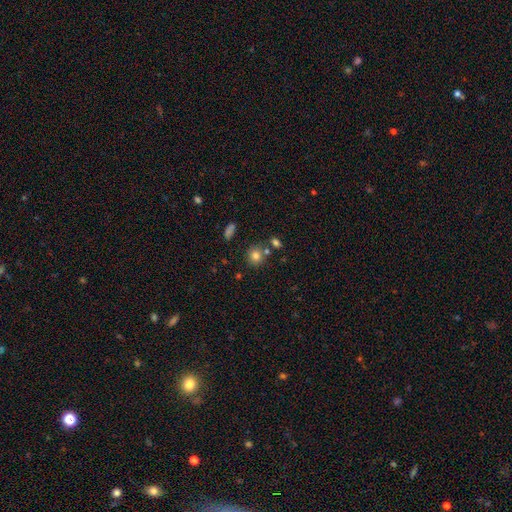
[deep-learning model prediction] A smooth galaxy with no disk features (79%) that is round (83%). Merging: none (73%).